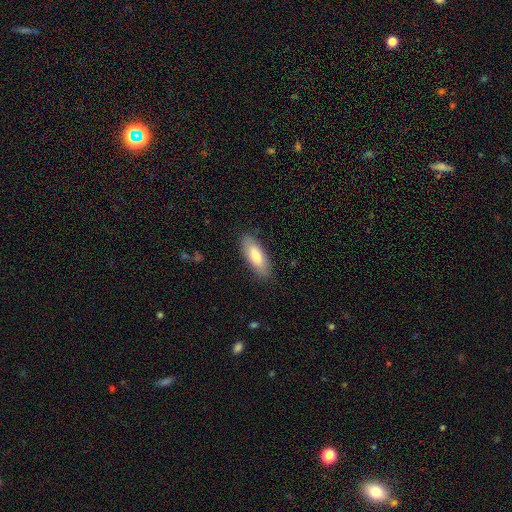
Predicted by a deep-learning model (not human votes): Q: Smooth or featured?
A: smooth (75%); runner-up: featured or disk (19%)
Q: How rounded?
A: in between (74%); runner-up: cigar-shaped (24%)
Q: Merging?
A: none (86%); runner-up: minor disturbance (11%)